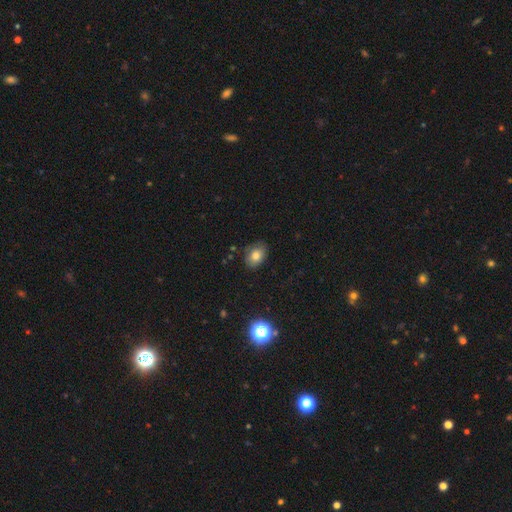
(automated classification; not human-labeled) Overall: smooth (77%). How rounded: in between (72%). Merging: none (80%).